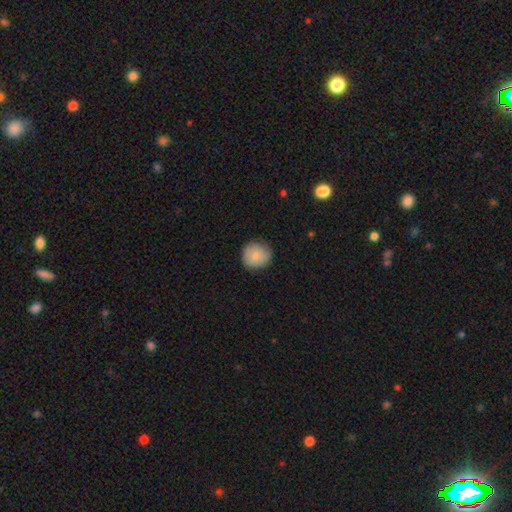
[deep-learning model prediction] A smooth galaxy with no disk features (82%) that is round (89%).

Vote fractions:
- Smooth or featured? smooth: 82% / featured or disk: 11% / star or artifact: 7%
- How rounded? round: 89% / in between: 10% / cigar-shaped: 1%
- Merging? none: 85% / minor disturbance: 12% / major disturbance: 2% / merger: 1%